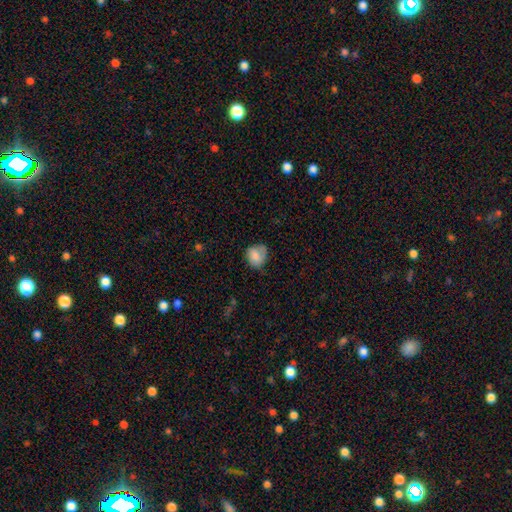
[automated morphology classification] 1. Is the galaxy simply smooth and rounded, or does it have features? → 78% smooth, 14% featured or disk, 8% star or artifact.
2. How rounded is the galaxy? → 65% round, 34% in between, 1% cigar-shaped.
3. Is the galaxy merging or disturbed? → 57% none, 31% minor disturbance, 10% major disturbance, 2% merger.